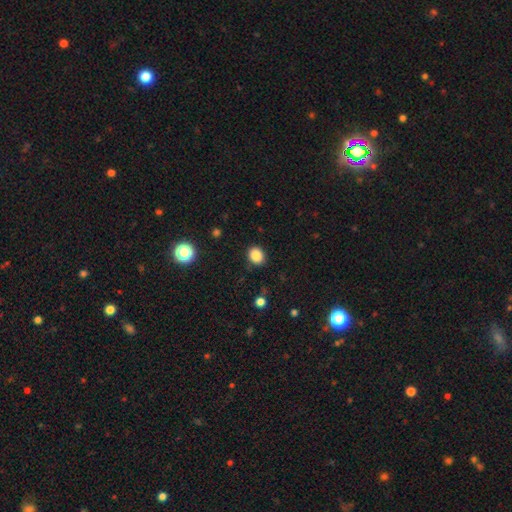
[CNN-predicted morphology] The model was most divided on "how rounded": round: 57%, in between: 43%, cigar-shaped: 1%. More confident: merging — none (88%); smooth or featured — smooth (86%).